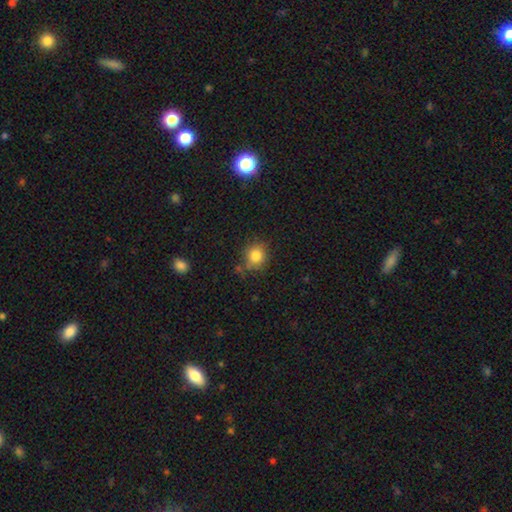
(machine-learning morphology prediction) smooth_or_featured: smooth (p=0.83) [alt: star or artifact p=0.11]
how_rounded: round (p=0.81) [alt: in between p=0.18]
merging: none (p=0.74) [alt: minor disturbance p=0.16]